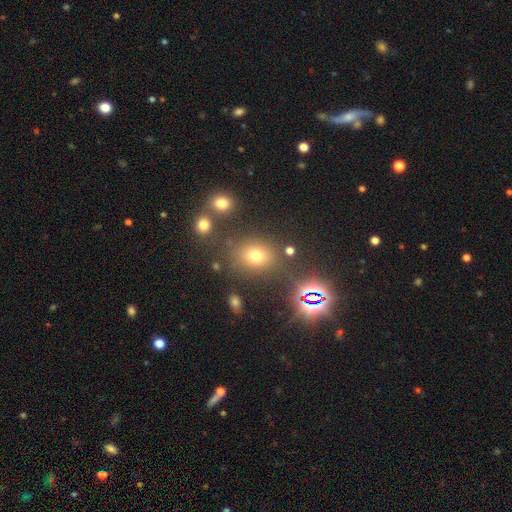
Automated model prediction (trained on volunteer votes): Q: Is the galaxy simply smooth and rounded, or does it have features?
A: smooth — 68%.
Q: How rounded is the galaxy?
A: round — 64%.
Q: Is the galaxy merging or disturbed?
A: none — 75%.